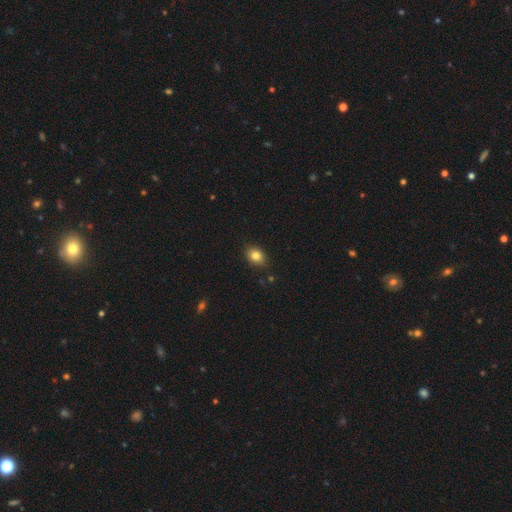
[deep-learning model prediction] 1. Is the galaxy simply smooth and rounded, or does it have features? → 83% smooth, 10% star or artifact, 7% featured or disk.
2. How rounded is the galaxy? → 61% in between, 37% round, 1% cigar-shaped.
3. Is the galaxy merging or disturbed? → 87% none, 10% minor disturbance, 2% major disturbance, 1% merger.